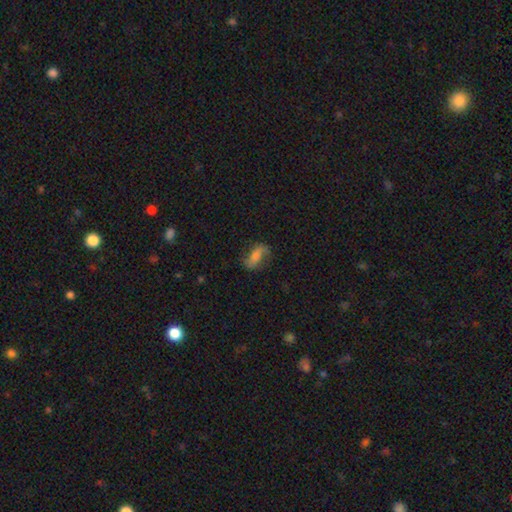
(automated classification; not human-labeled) Q: Smooth or featured?
A: smooth (47%); runner-up: featured or disk (43%)
Q: Merging?
A: none (70%); runner-up: minor disturbance (20%)